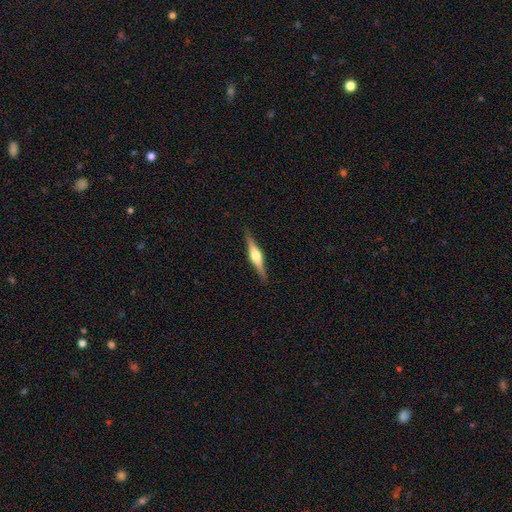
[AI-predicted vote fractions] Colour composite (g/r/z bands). It shows a featured or disk galaxy (74%) viewed edge-on (98%) with a rounded central bulge (92%). Merging: none (90%).